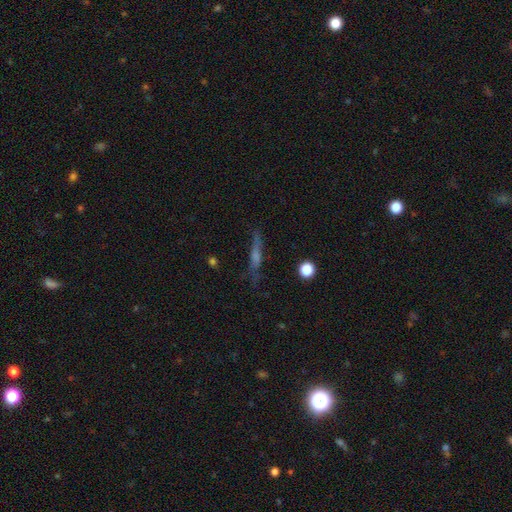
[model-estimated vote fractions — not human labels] Smooth or featured? featured or disk (55%)
Edge-on disk? yes (90%)
Merging? none (76%)